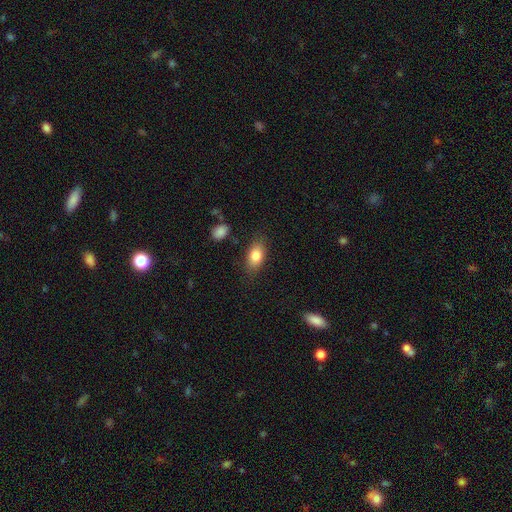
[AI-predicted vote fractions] This appears to be a smooth galaxy with no disk features (82%) that is in between round and cigar-shaped (88%). Merging: none (81%).